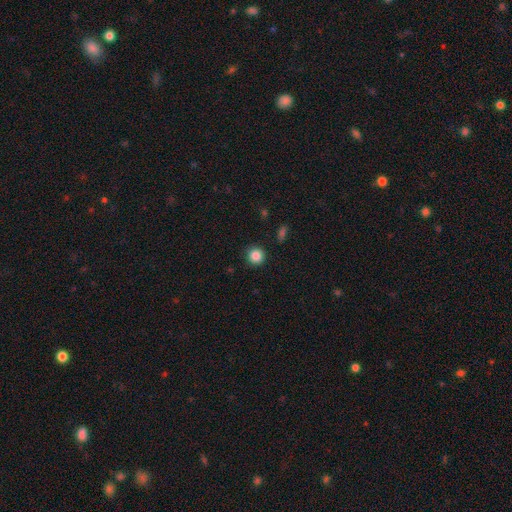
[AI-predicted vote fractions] smooth 86%, star or artifact 11%, featured or disk 4%. Down the decision tree: how rounded — round (94%); merging — none (90%).